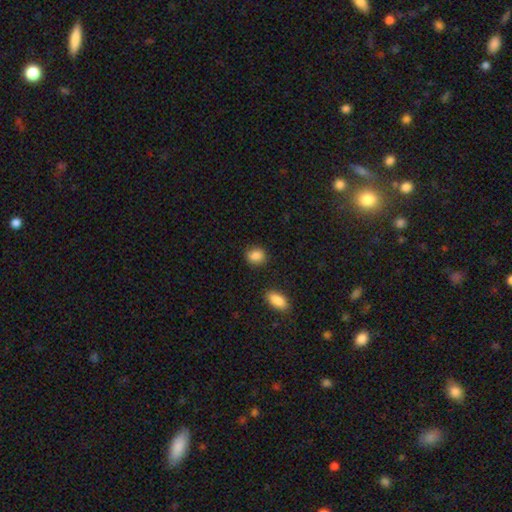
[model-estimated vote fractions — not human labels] smooth_or_featured: smooth (p=0.88) [alt: star or artifact p=0.08]
how_rounded: round (p=0.57) [alt: in between p=0.42]
merging: none (p=0.85) [alt: minor disturbance p=0.10]